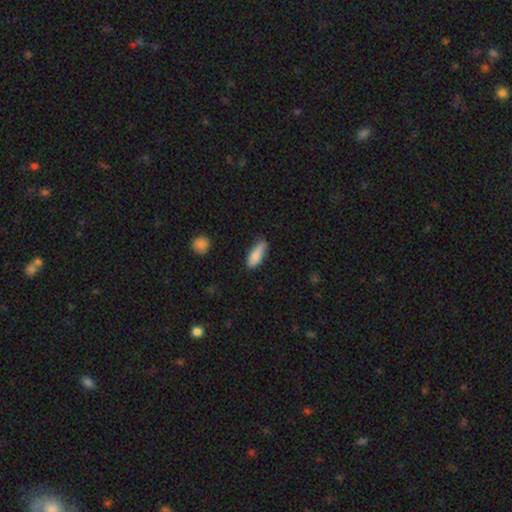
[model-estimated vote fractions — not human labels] A smooth galaxy with no disk features (84%) that is in between round and cigar-shaped (62%).

Vote fractions:
- Smooth or featured? smooth: 84% / featured or disk: 10% / star or artifact: 6%
- How rounded? in between: 62% / cigar-shaped: 36% / round: 2%
- Merging? none: 63% / minor disturbance: 30% / major disturbance: 5% / merger: 3%